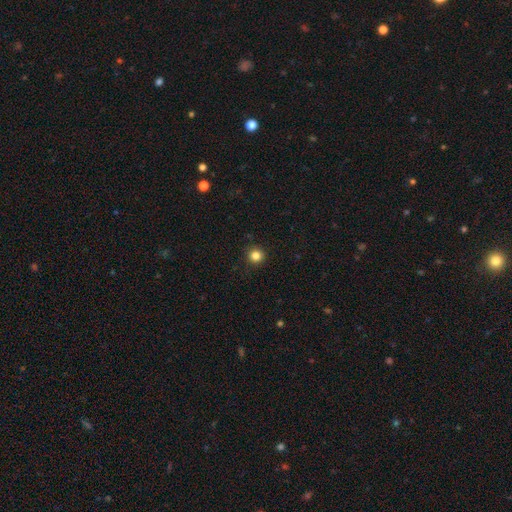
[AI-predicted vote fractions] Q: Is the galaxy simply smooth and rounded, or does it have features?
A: smooth — 84%.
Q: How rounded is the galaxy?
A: round — 95%.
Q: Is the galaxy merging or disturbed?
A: none — 92%.